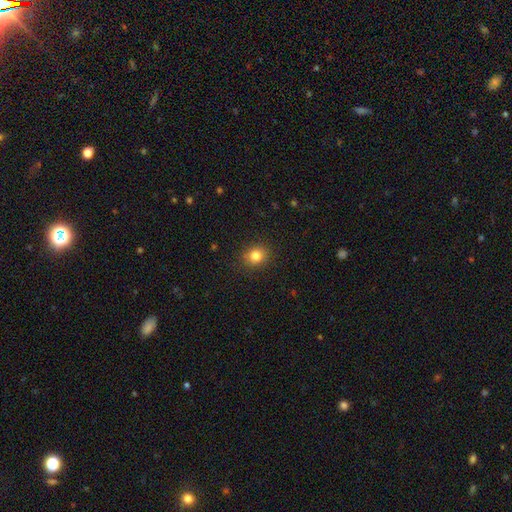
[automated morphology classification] Smooth or featured? smooth (82%)
How rounded? round (75%)
Merging? none (89%)